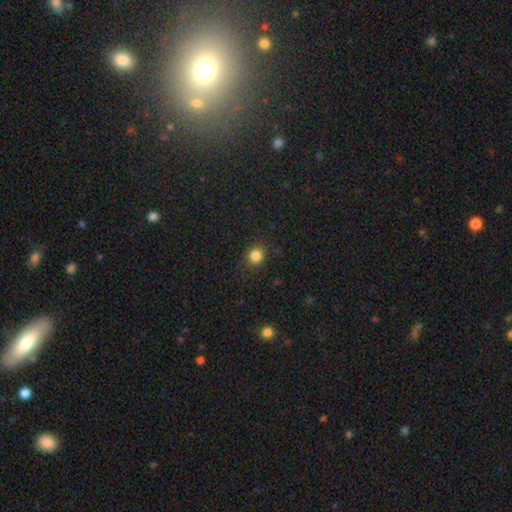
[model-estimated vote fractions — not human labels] Smooth or featured: smooth — 84% (star or artifact — 12%)
How rounded: round — 84% (in between — 15%)
Merging: none — 87% (minor disturbance — 9%)